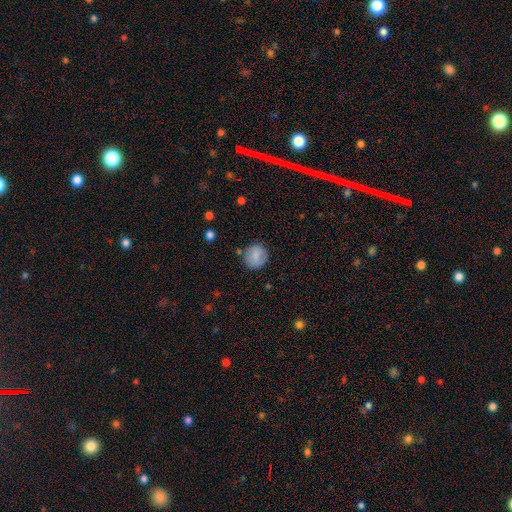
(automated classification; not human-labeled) Smooth or featured: smooth — 83% (featured or disk — 9%)
How rounded: round — 89% (in between — 10%)
Merging: none — 83% (minor disturbance — 11%)